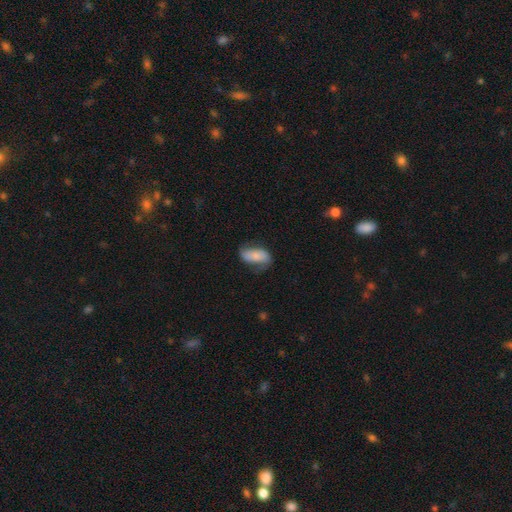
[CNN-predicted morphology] Smooth or featured?
  - smooth: 59% *
  - featured or disk: 34%
  - star or artifact: 7%
How rounded?
  - in between: 90% *
  - cigar-shaped: 7%
  - round: 4%
Merging?
  - none: 58% *
  - minor disturbance: 28%
  - major disturbance: 12%
  - merger: 2%